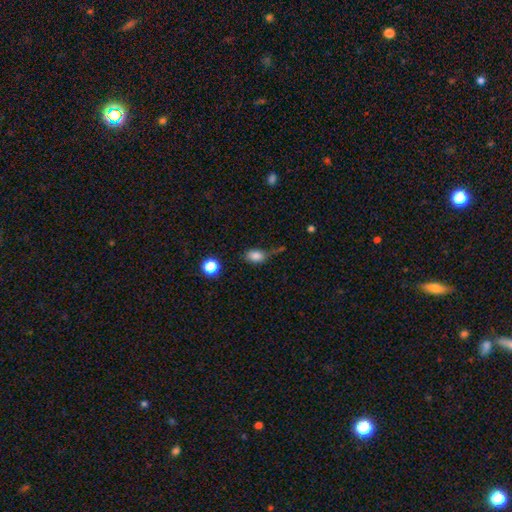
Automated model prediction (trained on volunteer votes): Smooth or featured? Predicted: smooth (p=0.82). How rounded? Predicted: in between (p=0.78). Merging? Predicted: none (p=0.51).